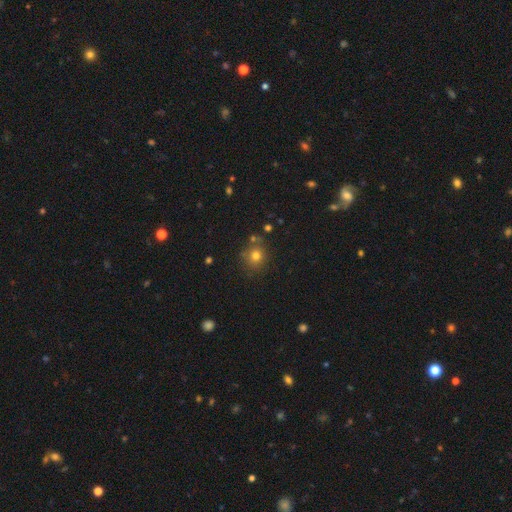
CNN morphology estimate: This is likely a smooth galaxy (76%). How rounded: clearly round (87%). Merging: likely none (77%).